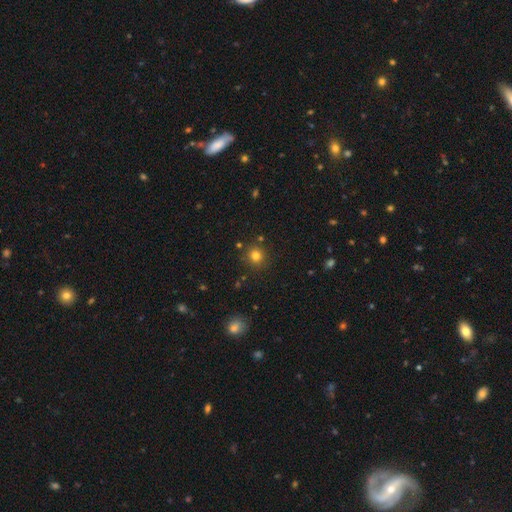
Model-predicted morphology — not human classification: smooth 79%, star or artifact 15%, featured or disk 6%. Down the decision tree: how rounded — round (92%); merging — none (86%).